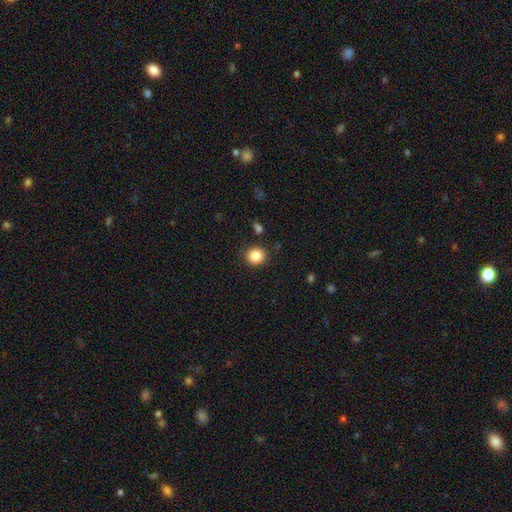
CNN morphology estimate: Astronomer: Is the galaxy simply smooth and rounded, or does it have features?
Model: smooth — 86%.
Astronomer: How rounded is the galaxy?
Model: round — 86%.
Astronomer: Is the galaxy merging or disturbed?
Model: none — 88%.